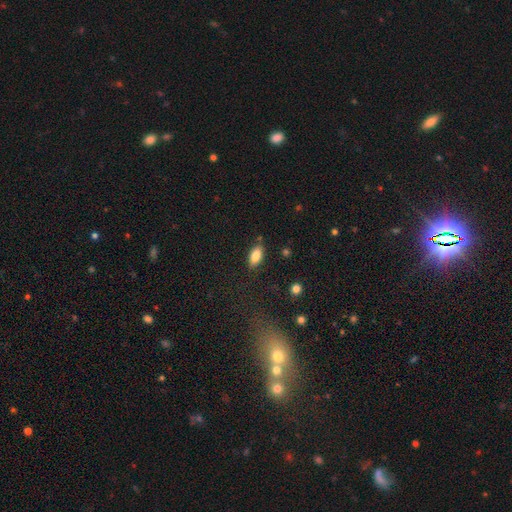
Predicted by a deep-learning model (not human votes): Smooth or featured: smooth — 84% (featured or disk — 8%)
How rounded: in between — 89% (cigar-shaped — 8%)
Merging: none — 83% (minor disturbance — 12%)